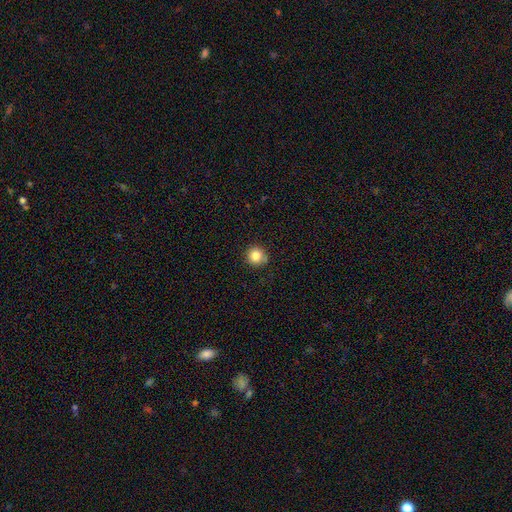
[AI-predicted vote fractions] smooth-or-featured: smooth: 83% | star or artifact: 11% | featured or disk: 6%
  how-rounded: round: 94% | in between: 5% | cigar-shaped: 1%
  merging: none: 83% | minor disturbance: 11% | merger: 4% | major disturbance: 3%